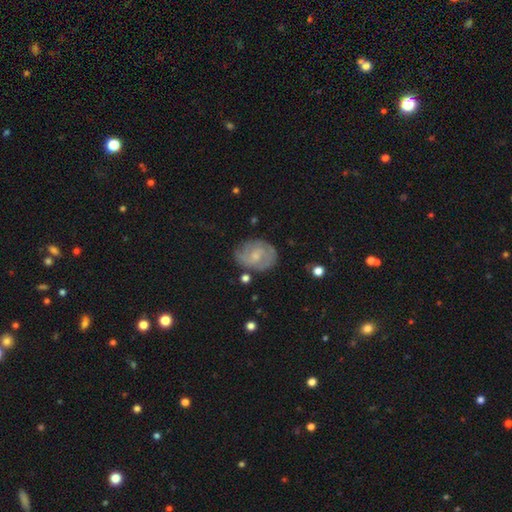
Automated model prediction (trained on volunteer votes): The model was most divided on "spiral winding": tight: 51%, medium: 37%, loose: 11%. Remaining: edge-on disk — no (98%); spiral arms — yes (90%); merging — none (74%); smooth or featured — featured or disk (73%); bulge size — small (63%); bar — no (60%); spiral arm count — 2 (48%).